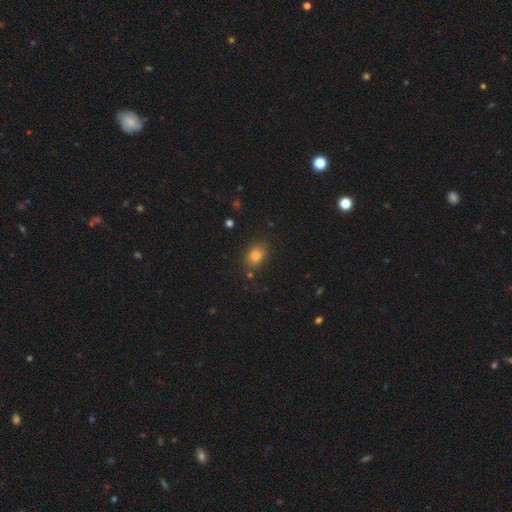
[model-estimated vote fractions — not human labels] Smooth or featured? Predicted: smooth (p=0.80). How rounded? Predicted: in between (p=0.71). Merging? Predicted: none (p=0.79).